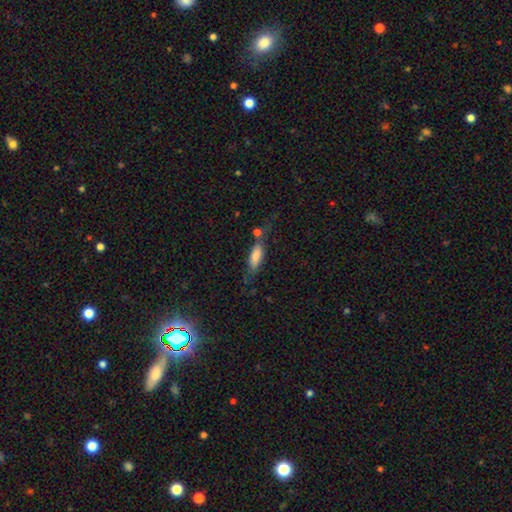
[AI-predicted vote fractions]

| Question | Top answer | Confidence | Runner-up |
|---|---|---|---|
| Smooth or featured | smooth | 69% | featured or disk (21%) |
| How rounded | cigar-shaped | 50% | in between (48%) |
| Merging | none | 55% | minor disturbance (24%) |